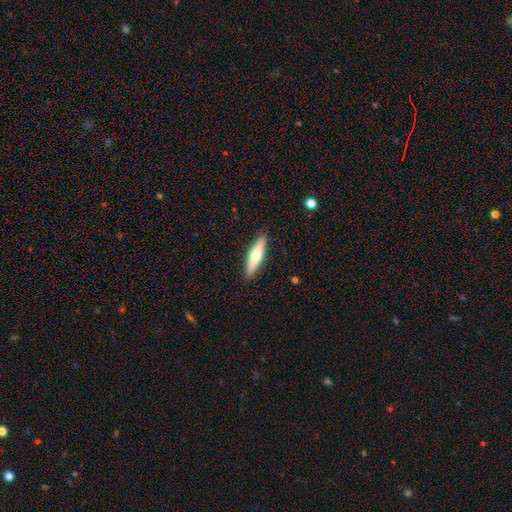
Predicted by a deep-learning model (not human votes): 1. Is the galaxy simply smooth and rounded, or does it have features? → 60% smooth, 35% featured or disk, 5% star or artifact.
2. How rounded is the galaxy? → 78% cigar-shaped, 21% in between, 2% round.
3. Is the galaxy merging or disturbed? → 90% none, 8% minor disturbance, 2% major disturbance, 1% merger.